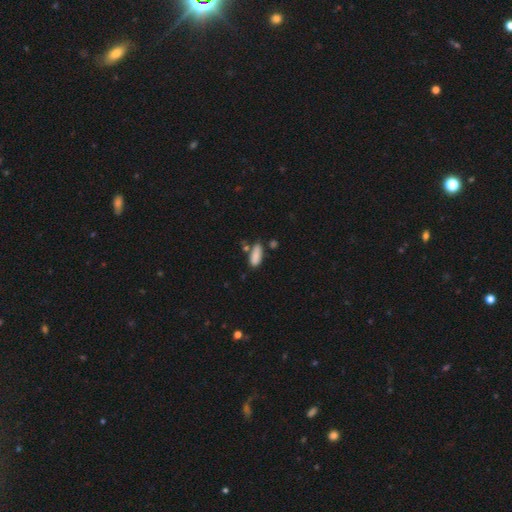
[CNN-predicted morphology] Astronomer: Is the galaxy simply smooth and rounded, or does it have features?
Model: smooth — 87%.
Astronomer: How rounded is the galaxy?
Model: in between — 70%.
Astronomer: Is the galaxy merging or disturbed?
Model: none — 65%.